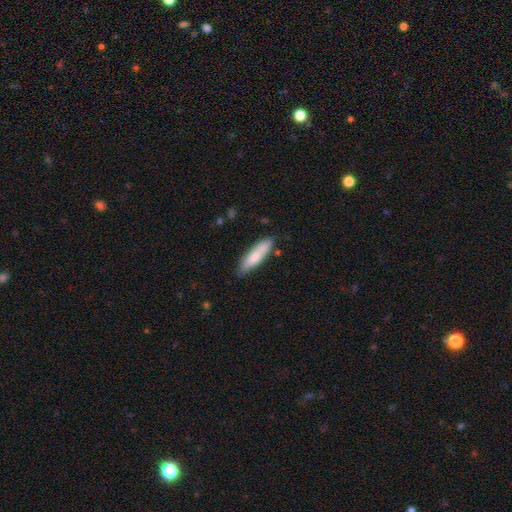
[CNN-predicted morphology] type=smooth (75%); roundness=cigar-shaped (68%); merging=none (76%).